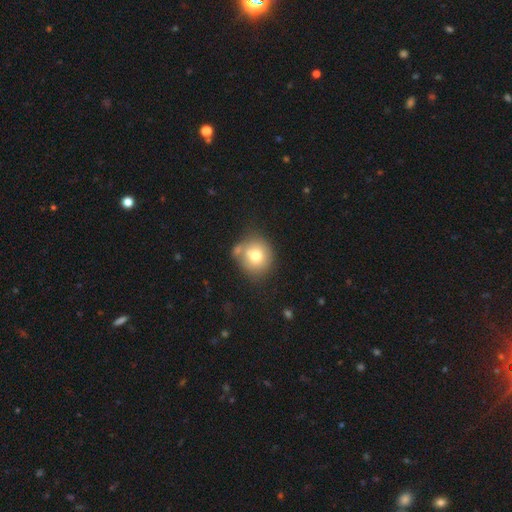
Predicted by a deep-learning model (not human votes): smooth 73%, featured or disk 17%, star or artifact 10%. Down the decision tree: how rounded — round (86%); merging — none (58%).